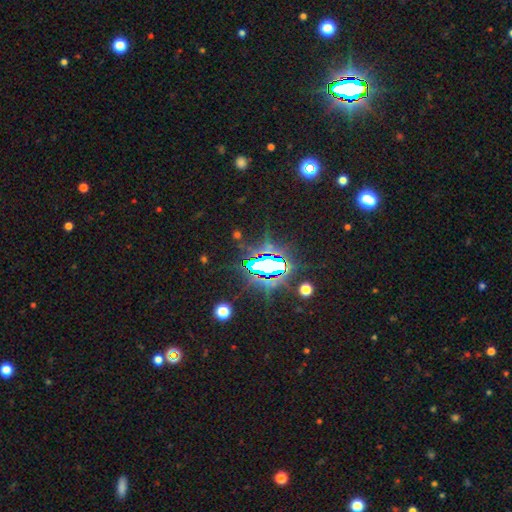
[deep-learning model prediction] Smooth or featured?
  - star or artifact: 80% *
  - smooth: 11%
  - featured or disk: 9%